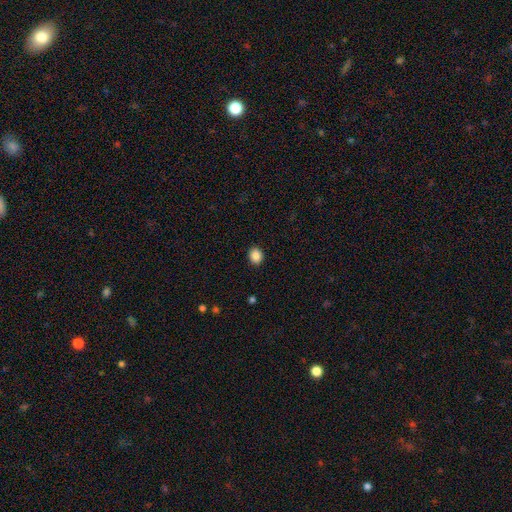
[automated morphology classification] A smooth galaxy with no disk features (87%) that is round (63%). Merging: none (90%).